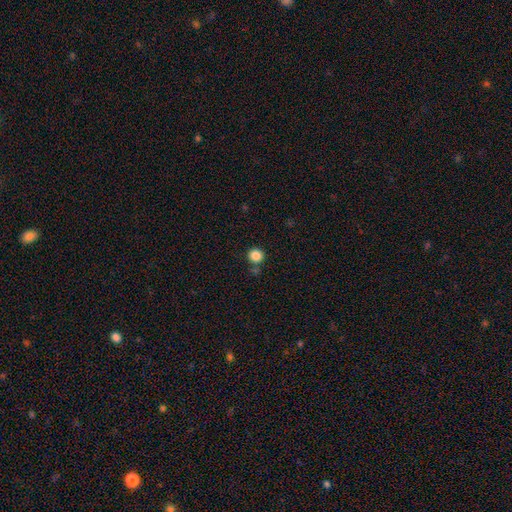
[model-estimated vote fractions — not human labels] A smooth galaxy with no disk features (86%) that is round (94%).

Vote fractions:
- Smooth or featured? smooth: 86% / star or artifact: 11% / featured or disk: 3%
- How rounded? round: 94% / in between: 5% / cigar-shaped: 1%
- Merging? none: 81% / minor disturbance: 8% / merger: 8% / major disturbance: 3%